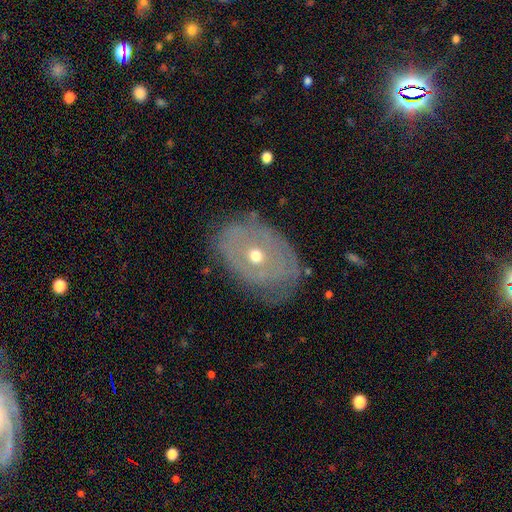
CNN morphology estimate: Smooth or featured?
  - featured or disk: 67% *
  - smooth: 23%
  - star or artifact: 11%
Edge-on disk?
  - no: 93% *
  - yes: 7%
Bar?
  - no: 82% *
  - weak: 14%
  - strong: 4%
Spiral arms?
  - yes: 54% *
  - no: 46%
Bulge size?
  - moderate: 52% *
  - small: 45%
  - large: 1%
  - dominant: 1%
  - none: 1%
Merging?
  - none: 74% *
  - minor disturbance: 18%
  - major disturbance: 6%
  - merger: 1%